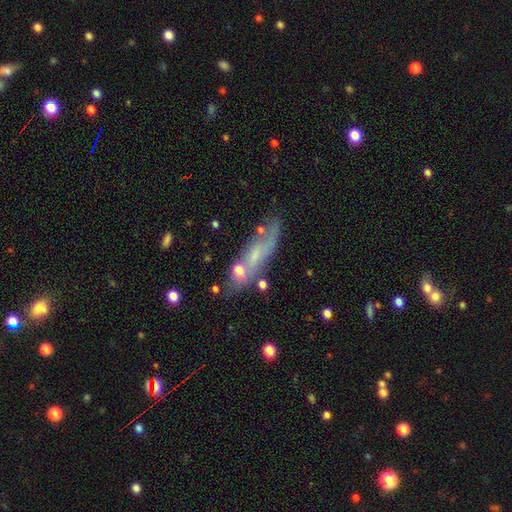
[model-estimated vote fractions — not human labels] Morphology: type=featured or disk (45%); merging=none (52%).